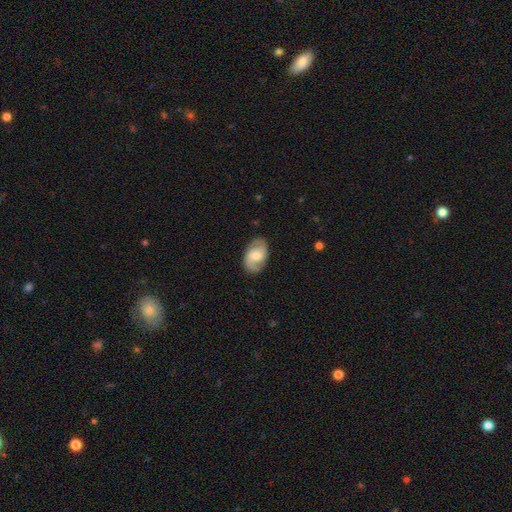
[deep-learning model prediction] Smooth or featured? featured or disk (66%)
Edge-on disk? no (96%)
Bar? no (49%)
Spiral arms? yes (90%)
Spiral winding? medium (47%)
Spiral arm count? 2 (87%)
Bulge size? moderate (50%)
Merging? none (81%)